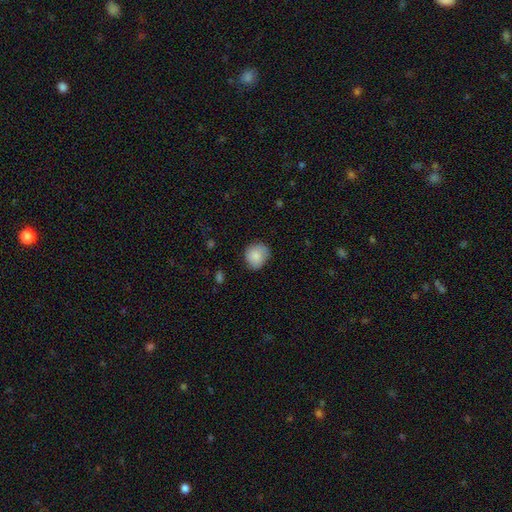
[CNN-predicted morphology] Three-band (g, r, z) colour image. It shows a smooth galaxy with no disk features (83%) that is round (77%). Merging: none (69%).